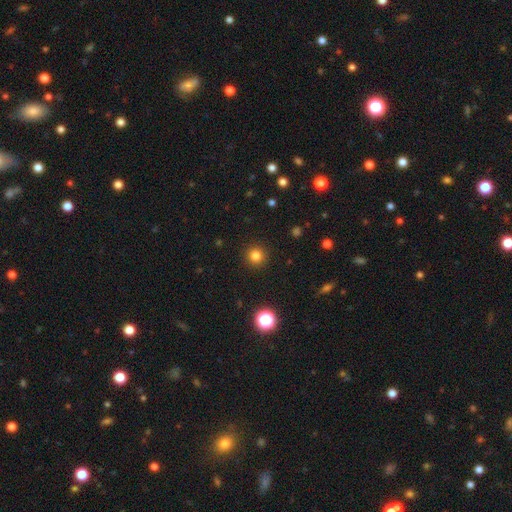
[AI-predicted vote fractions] Smooth or featured? Predicted: smooth (p=0.81). How rounded? Predicted: round (p=0.95). Merging? Predicted: none (p=0.92).